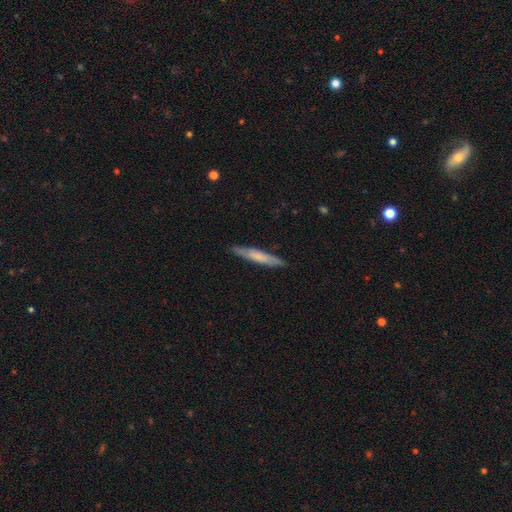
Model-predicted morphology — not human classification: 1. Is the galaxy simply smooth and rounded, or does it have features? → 56% smooth, 38% featured or disk, 6% star or artifact.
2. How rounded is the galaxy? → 94% cigar-shaped, 5% in between, 1% round.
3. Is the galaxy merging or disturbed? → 88% none, 9% minor disturbance, 2% major disturbance, 1% merger.